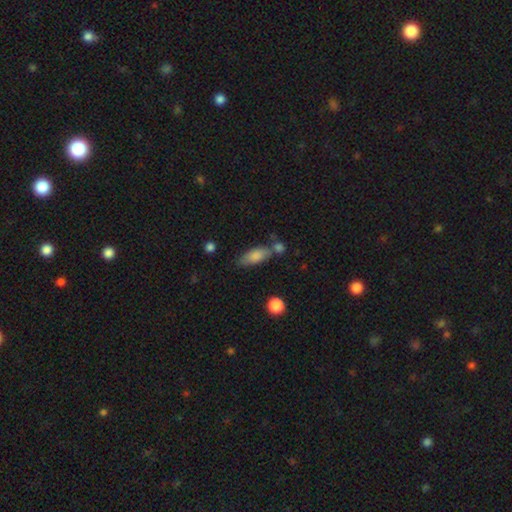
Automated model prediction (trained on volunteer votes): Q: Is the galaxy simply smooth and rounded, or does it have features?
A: smooth — 80%.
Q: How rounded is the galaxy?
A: in between — 75%.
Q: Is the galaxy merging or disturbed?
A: none — 56%.